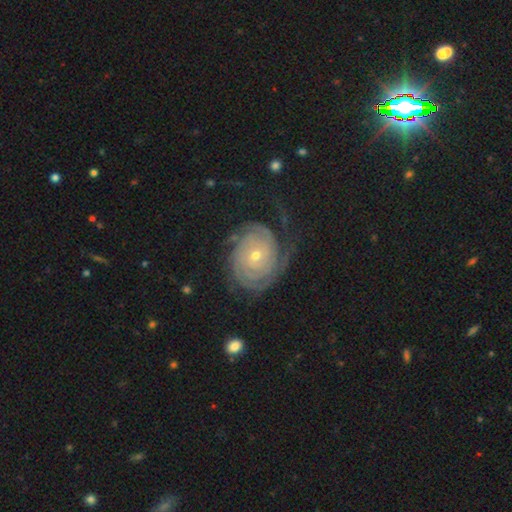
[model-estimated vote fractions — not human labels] Overall: featured or disk (88%). Edge-on disk: no (97%). Bar: no (74%). Spiral arms: yes (97%). Spiral arm count: 2 (28%, tied with can't tell). Spiral winding: tight (84%). Bulge size: small (65%; moderate 32%). Merging: none (68%).